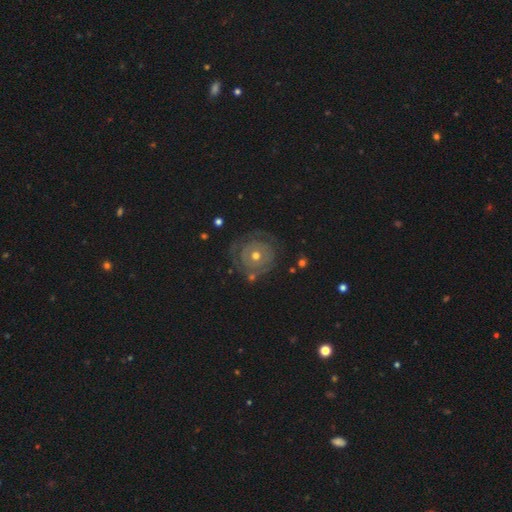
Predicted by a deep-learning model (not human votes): The model was most divided on "spiral arm count": can't tell: 45%, 2: 24%, 1: 11%, 3: 10%, 4: 5%, more than 4: 5%. More confident: edge-on disk — no (97%); bar — no (85%); spiral winding — tight (78%); smooth or featured — featured or disk (73%); merging — none (71%); spiral arms — yes (70%); bulge size — moderate (67%).